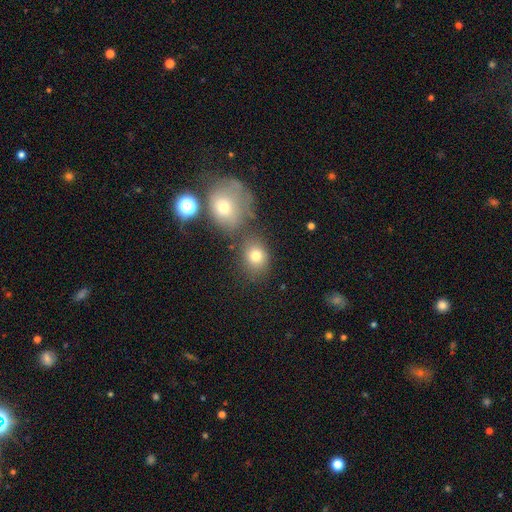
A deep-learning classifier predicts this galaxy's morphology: Overall: smooth (75%). How rounded: round (57%; in between 42%). Merging: none (63%).